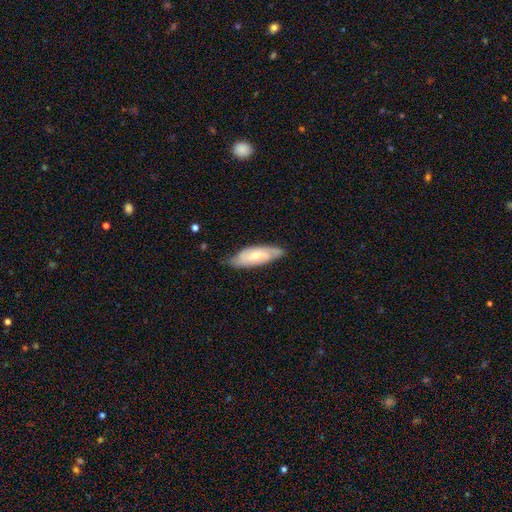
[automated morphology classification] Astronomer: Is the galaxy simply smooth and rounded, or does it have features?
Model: featured or disk — 51% (runner-up: smooth, 43%).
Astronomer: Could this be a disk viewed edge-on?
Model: no — 80%.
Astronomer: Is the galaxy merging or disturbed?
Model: none — 71%.